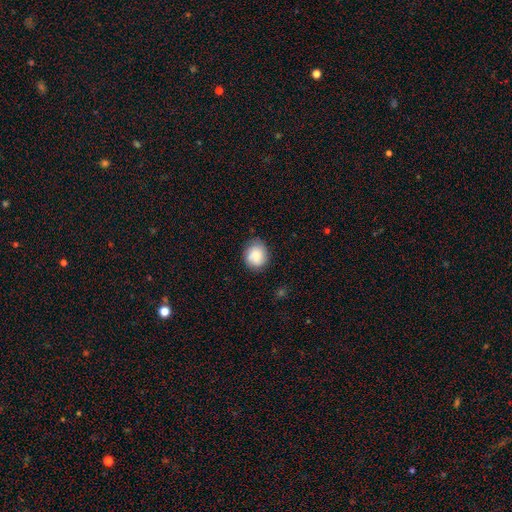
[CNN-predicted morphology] Smooth or featured: smooth — 78% (featured or disk — 15%)
How rounded: round — 68% (in between — 31%)
Merging: none — 77% (minor disturbance — 18%)